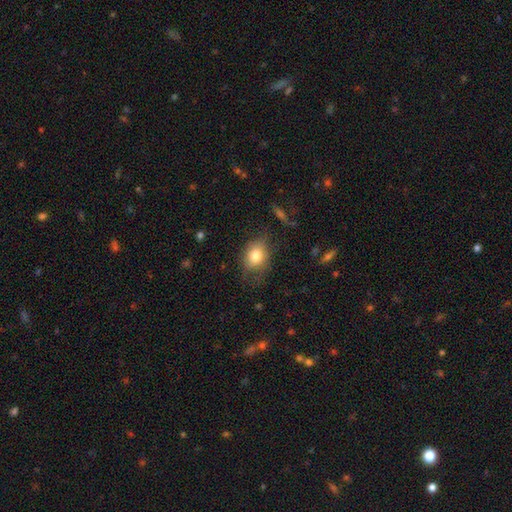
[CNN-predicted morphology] Smooth or featured?
  - smooth: 79% *
  - featured or disk: 12%
  - star or artifact: 9%
How rounded?
  - in between: 61% *
  - round: 37%
  - cigar-shaped: 1%
Merging?
  - none: 64% *
  - minor disturbance: 25%
  - major disturbance: 10%
  - merger: 2%